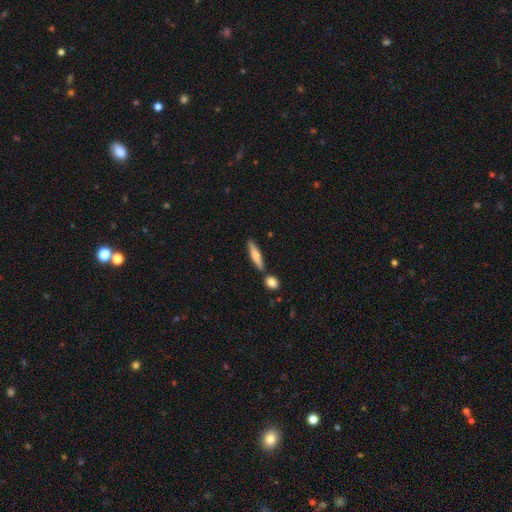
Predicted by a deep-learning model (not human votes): This is likely a smooth galaxy (65%). How rounded: clearly cigar-shaped (81%). Merging: likely none (77%).